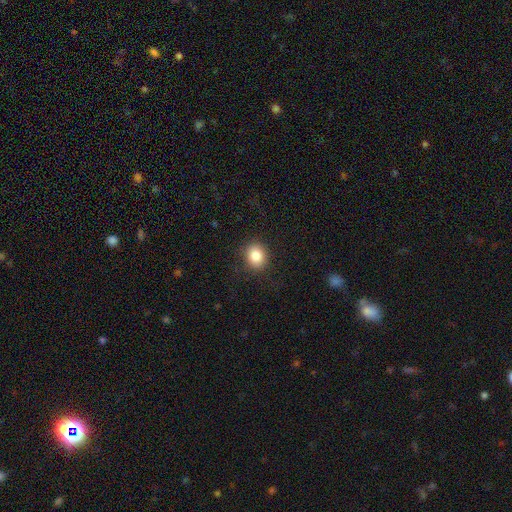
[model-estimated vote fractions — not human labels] smooth_or_featured: smooth (p=0.86) [alt: star or artifact p=0.09]
how_rounded: round (p=0.65) [alt: in between p=0.34]
merging: none (p=0.88) [alt: minor disturbance p=0.08]